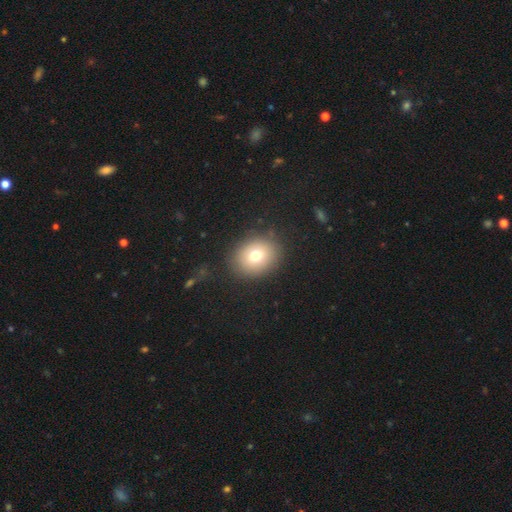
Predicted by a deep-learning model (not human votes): Morphology: type=smooth (73%); roundness=round (60%); merging=none (86%).